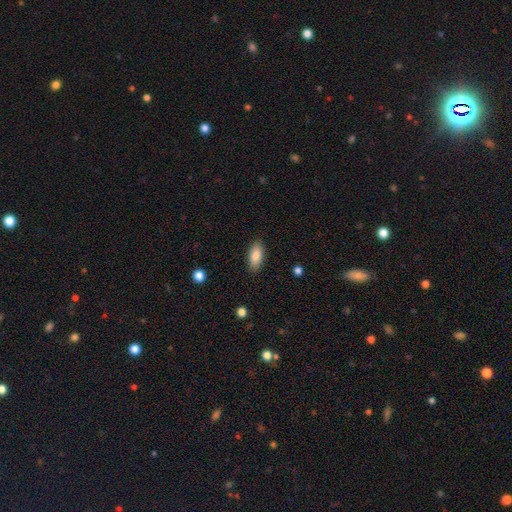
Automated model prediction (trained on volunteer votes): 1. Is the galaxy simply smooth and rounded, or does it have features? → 87% smooth, 6% star or artifact, 6% featured or disk.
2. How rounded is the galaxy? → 87% in between, 11% cigar-shaped, 2% round.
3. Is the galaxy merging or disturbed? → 88% none, 9% minor disturbance, 2% major disturbance, 1% merger.